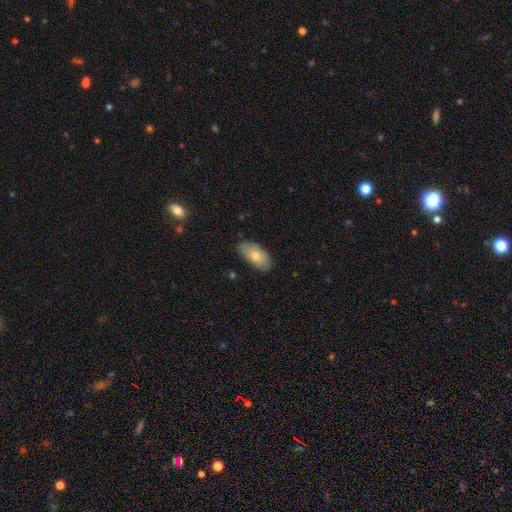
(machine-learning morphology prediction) type=smooth (72%); roundness=in between (92%); merging=none (81%).